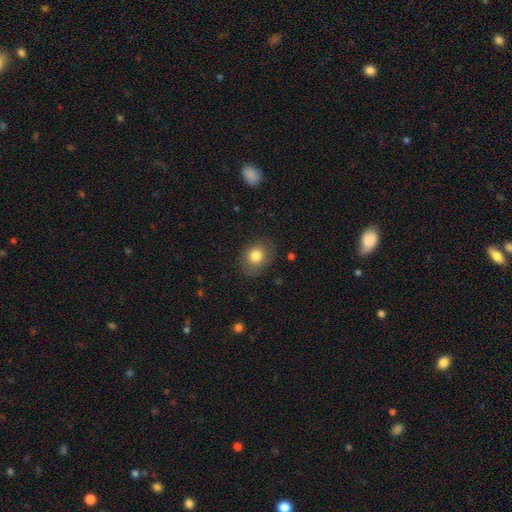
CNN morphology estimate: smooth_or_featured: smooth (p=0.81) [alt: featured or disk p=0.10]
how_rounded: round (p=0.50) [alt: in between p=0.49]
merging: none (p=0.81) [alt: minor disturbance p=0.13]